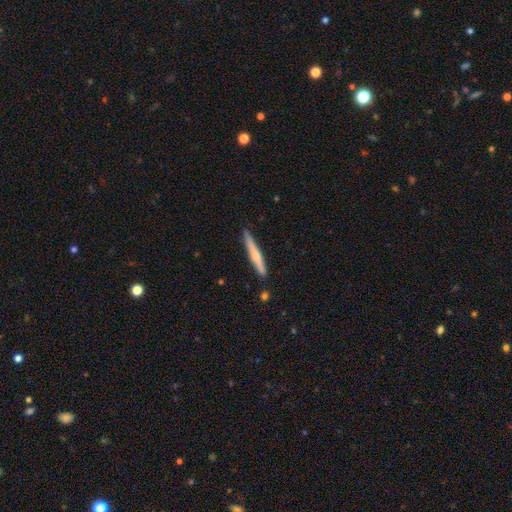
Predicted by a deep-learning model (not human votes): Q: Smooth or featured?
A: smooth (56%); runner-up: featured or disk (39%)
Q: How rounded?
A: cigar-shaped (96%); runner-up: in between (3%)
Q: Merging?
A: none (88%); runner-up: minor disturbance (9%)